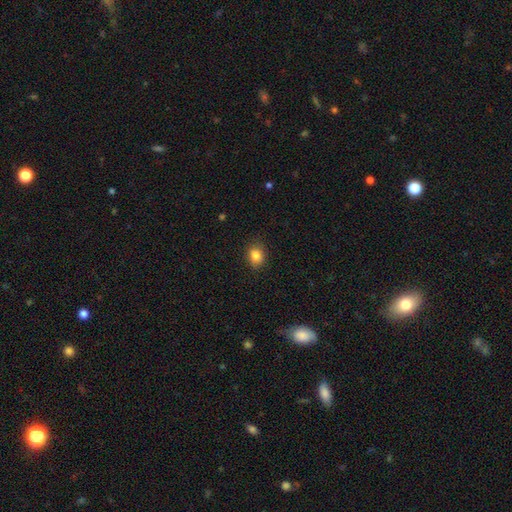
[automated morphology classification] Overall: smooth (83%). How rounded: round (53%; in between 46%). Merging: none (85%).